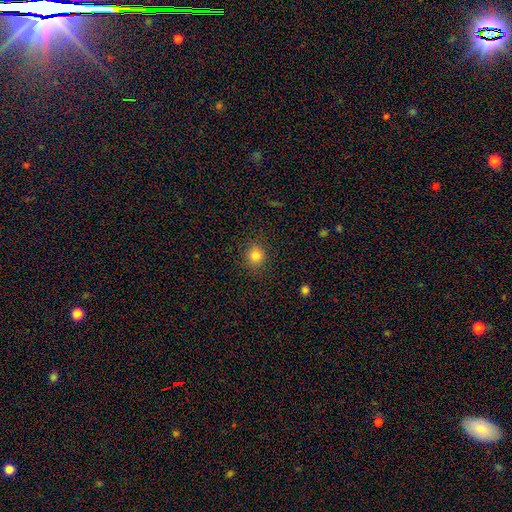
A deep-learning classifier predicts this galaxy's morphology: type=smooth (83%); roundness=round (85%); merging=none (88%).